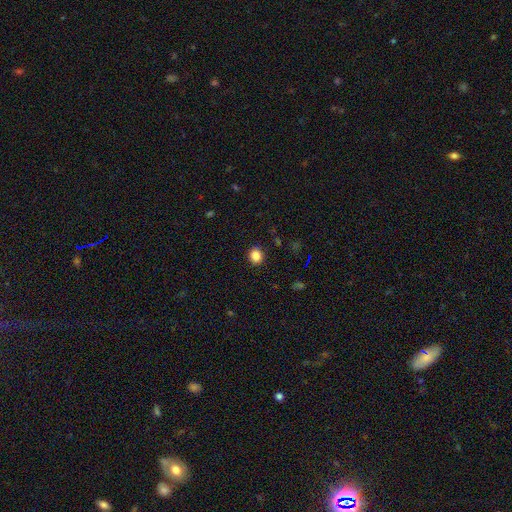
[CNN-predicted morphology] Smooth or featured: smooth — 85% (star or artifact — 11%)
How rounded: round — 79% (in between — 20%)
Merging: none — 91% (minor disturbance — 6%)